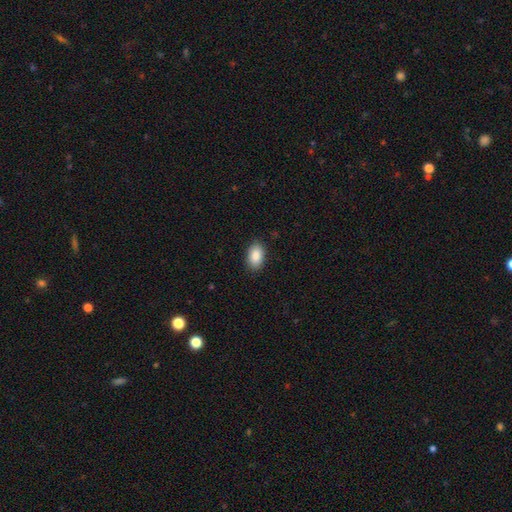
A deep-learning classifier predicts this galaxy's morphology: A smooth galaxy with no disk features (89%) that is in between round and cigar-shaped (92%). Merging: none (88%).